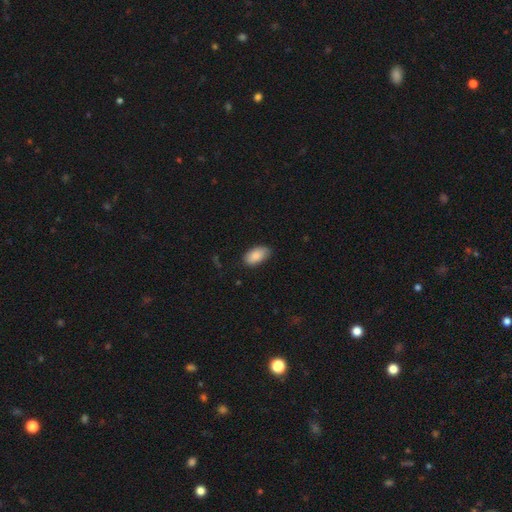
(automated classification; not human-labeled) Smooth or featured: smooth — 88% (star or artifact — 6%)
How rounded: in between — 95% (round — 3%)
Merging: none — 78% (minor disturbance — 18%)